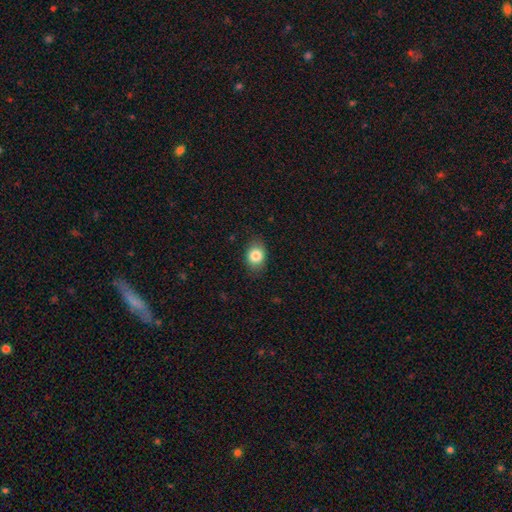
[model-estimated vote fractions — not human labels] Smooth or featured? Predicted: smooth (p=0.84). How rounded? Predicted: in between (p=0.59). Merging? Predicted: none (p=0.82).